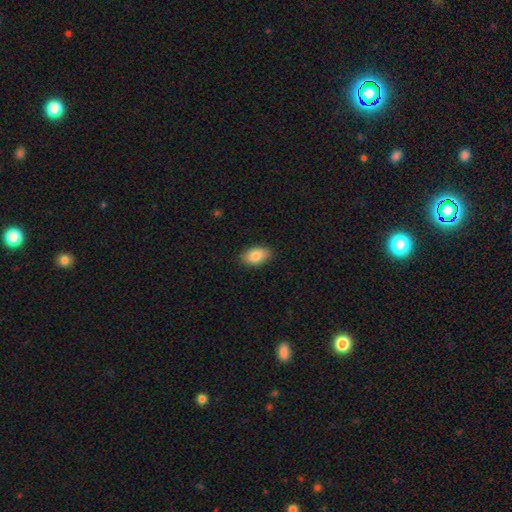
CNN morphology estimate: A smooth galaxy with no disk features (85%) that is in between round and cigar-shaped (93%).

Vote fractions:
- Smooth or featured? smooth: 85% / featured or disk: 8% / star or artifact: 7%
- How rounded? in between: 93% / round: 6% / cigar-shaped: 2%
- Merging? none: 88% / minor disturbance: 9% / major disturbance: 2% / merger: 1%